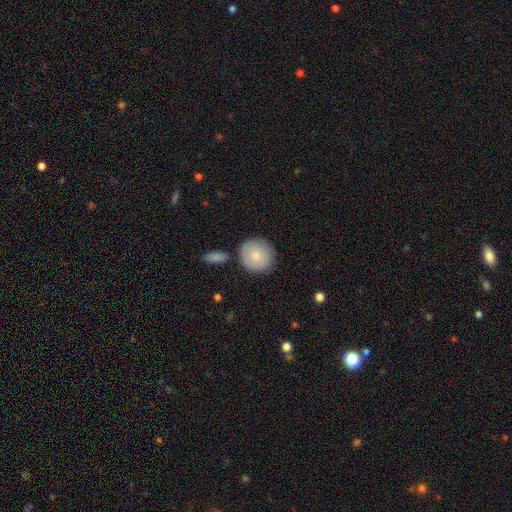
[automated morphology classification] smooth 83%, featured or disk 11%, star or artifact 6%. Down the decision tree: how rounded — round (90%); merging — none (79%).